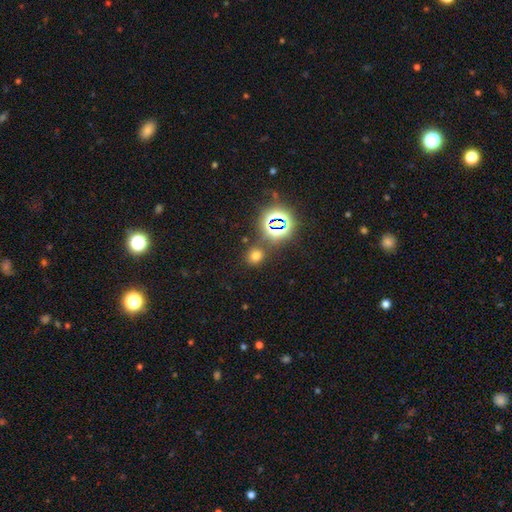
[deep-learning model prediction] smooth 65%, star or artifact 28%, featured or disk 6%. Down the decision tree: how rounded — round (80%); merging — none (79%).